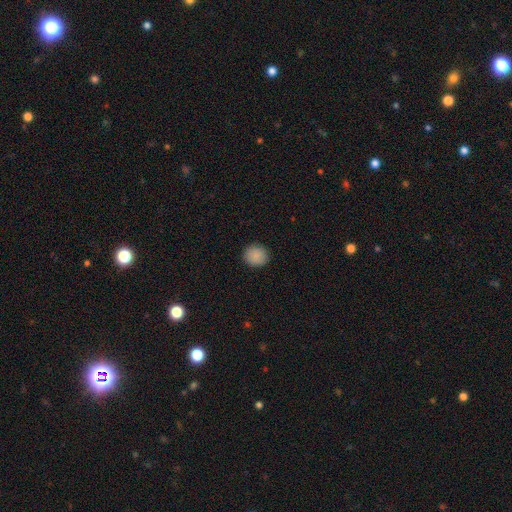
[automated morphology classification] Smooth or featured? smooth (88%)
How rounded? round (88%)
Merging? none (91%)